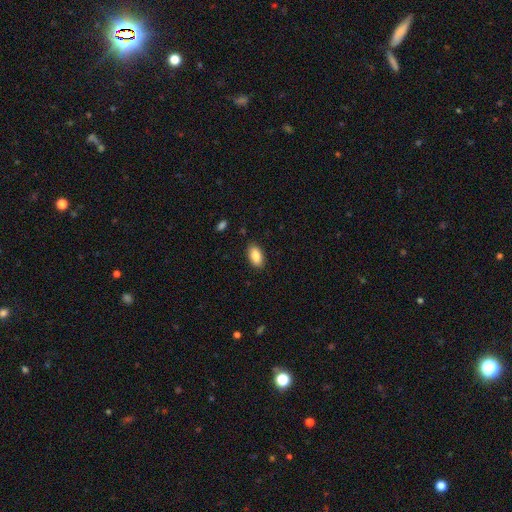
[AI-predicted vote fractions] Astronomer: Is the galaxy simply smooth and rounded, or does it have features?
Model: smooth — 87%.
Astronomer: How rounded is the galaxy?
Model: in between — 93%.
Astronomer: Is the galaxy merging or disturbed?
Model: none — 88%.